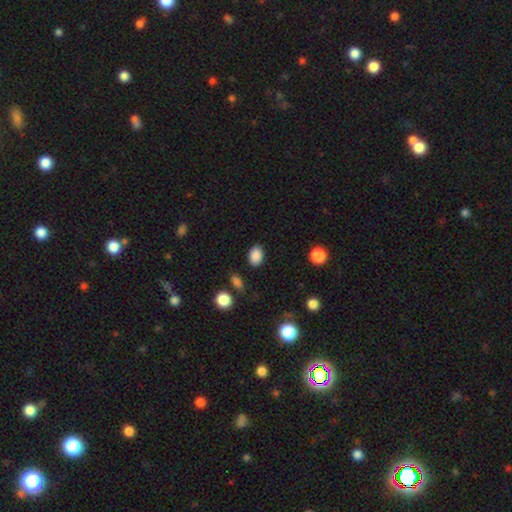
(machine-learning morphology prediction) smooth 87%, star or artifact 9%, featured or disk 4%. Down the decision tree: how rounded — in between (78%); merging — none (86%).